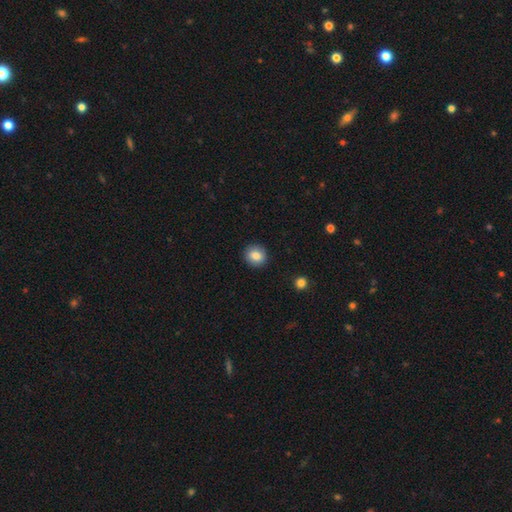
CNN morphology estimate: smooth 84%, star or artifact 9%, featured or disk 7%. Down the decision tree: how rounded — round (85%); merging — none (91%).